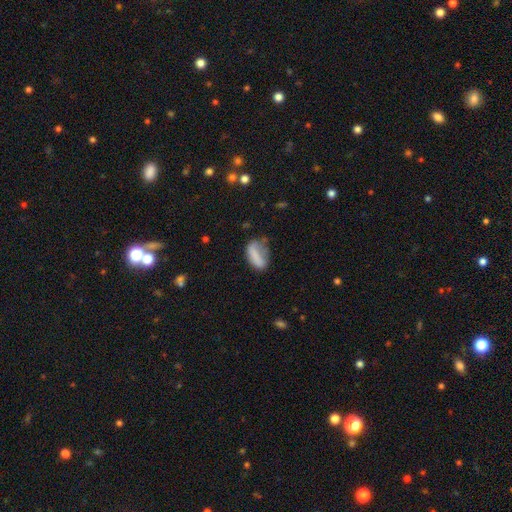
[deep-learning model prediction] Smooth or featured?
  - smooth: 73% *
  - featured or disk: 18%
  - star or artifact: 9%
How rounded?
  - in between: 85% *
  - cigar-shaped: 9%
  - round: 6%
Merging?
  - none: 40% *
  - minor disturbance: 33%
  - major disturbance: 22%
  - merger: 4%